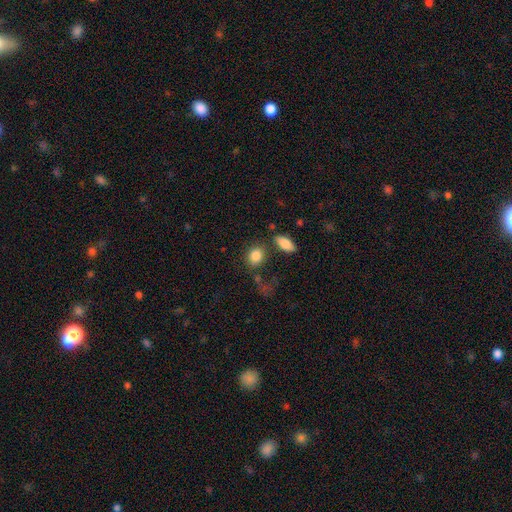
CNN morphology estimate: Smooth or featured? Predicted: smooth (p=0.85). How rounded? Predicted: in between (p=0.51). Merging? Predicted: none (p=0.70).